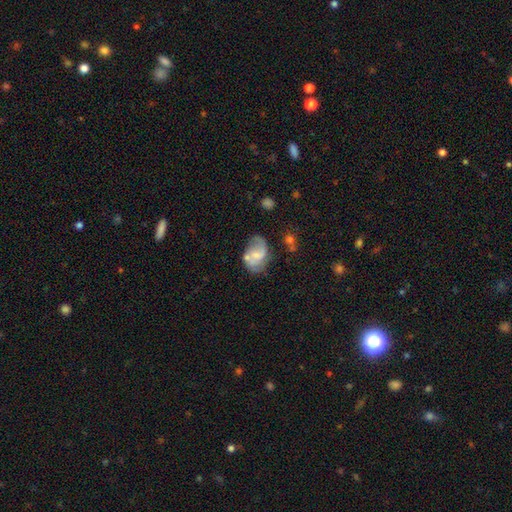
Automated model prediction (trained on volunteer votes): A featured or disk galaxy (55%) with no bar (46%), spiral arms (76%) and a small central bulge (42%). Merging: none (44%).